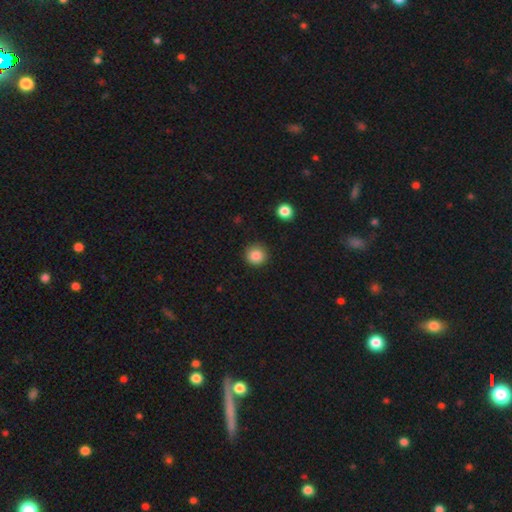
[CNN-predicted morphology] Q: Smooth or featured?
A: smooth (86%); runner-up: star or artifact (10%)
Q: How rounded?
A: round (94%); runner-up: in between (5%)
Q: Merging?
A: none (89%); runner-up: minor disturbance (7%)